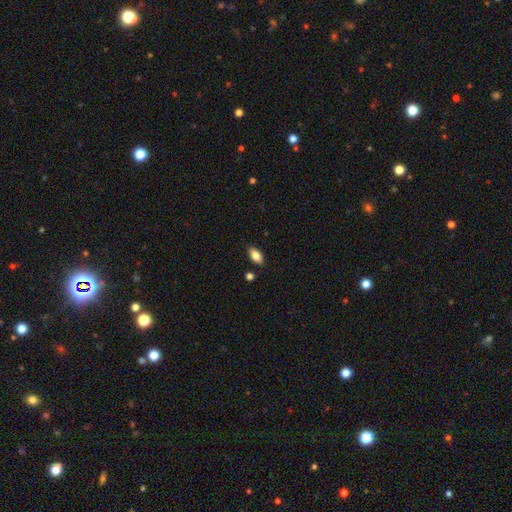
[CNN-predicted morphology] Smooth or featured? smooth (83%)
How rounded? in between (90%)
Merging? none (86%)